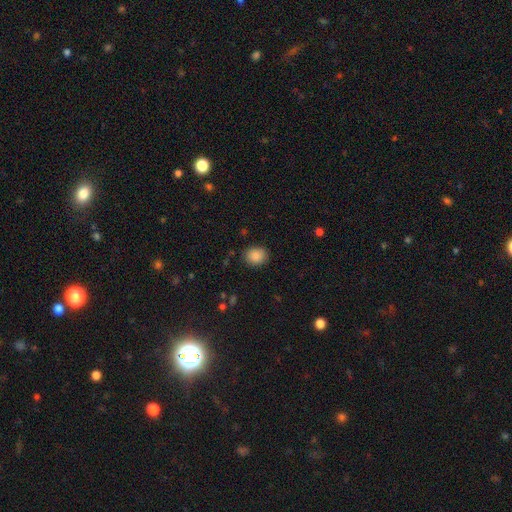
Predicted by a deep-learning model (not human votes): smooth 88%, star or artifact 9%, featured or disk 4%. Down the decision tree: how rounded — round (60%); merging — none (85%).